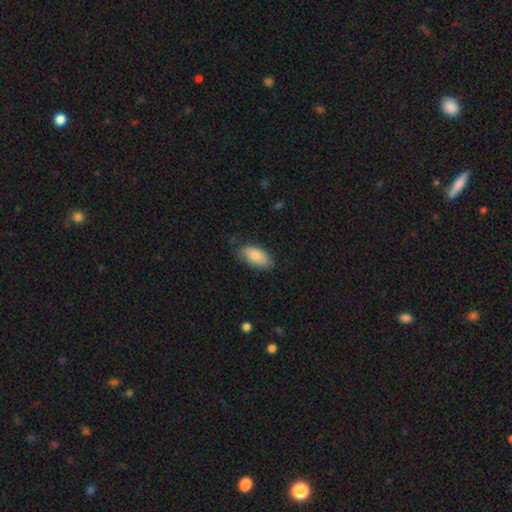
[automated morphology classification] Smooth or featured?
  - smooth: 84% *
  - featured or disk: 10%
  - star or artifact: 6%
How rounded?
  - in between: 93% *
  - cigar-shaped: 4%
  - round: 3%
Merging?
  - none: 73% *
  - minor disturbance: 21%
  - major disturbance: 4%
  - merger: 1%